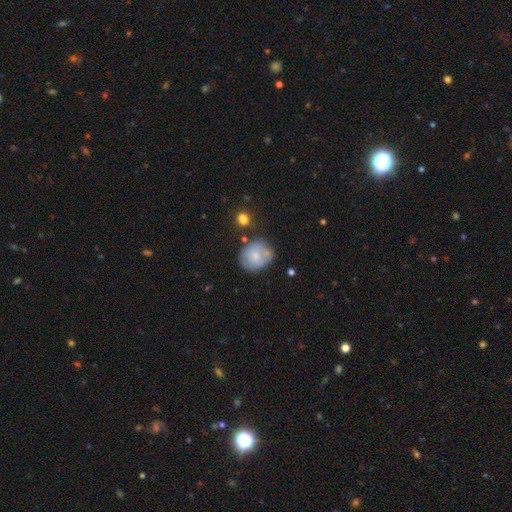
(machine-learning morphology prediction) smooth_or_featured: smooth (p=0.66) [alt: featured or disk p=0.27]
how_rounded: round (p=0.69) [alt: in between p=0.30]
merging: none (p=0.60) [alt: minor disturbance p=0.25]